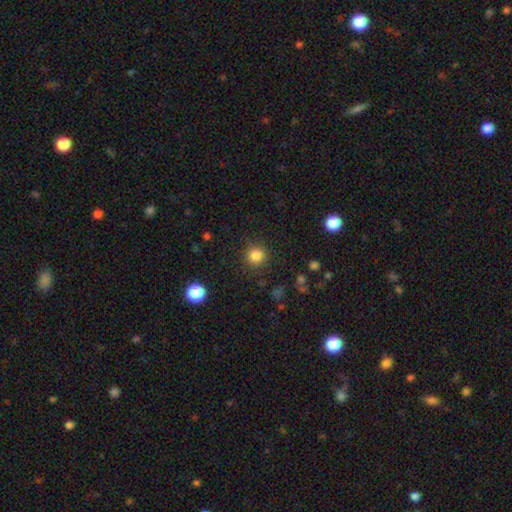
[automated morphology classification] This is clearly a smooth galaxy (83%). How rounded: clearly round (94%). Merging: clearly none (89%).